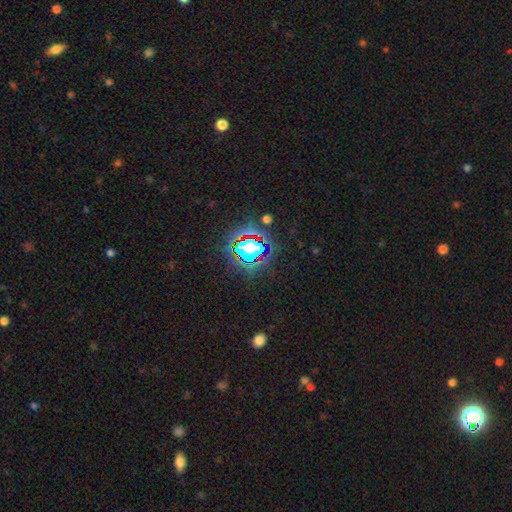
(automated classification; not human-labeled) Morphology: type=star or artifact (76%).